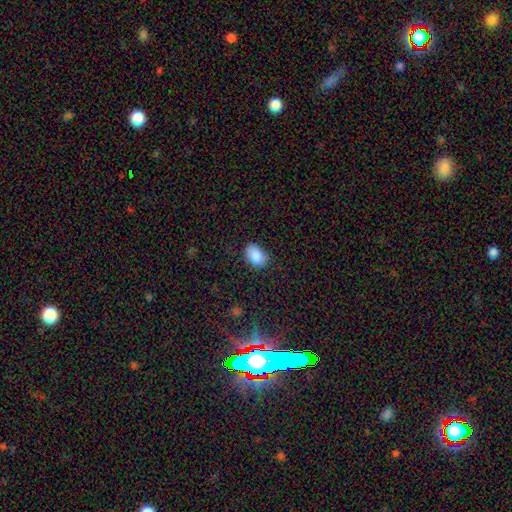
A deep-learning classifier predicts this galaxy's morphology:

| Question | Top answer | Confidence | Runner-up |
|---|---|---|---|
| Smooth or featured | smooth | 88% | star or artifact (7%) |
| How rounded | in between | 86% | round (13%) |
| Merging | none | 77% | minor disturbance (18%) |